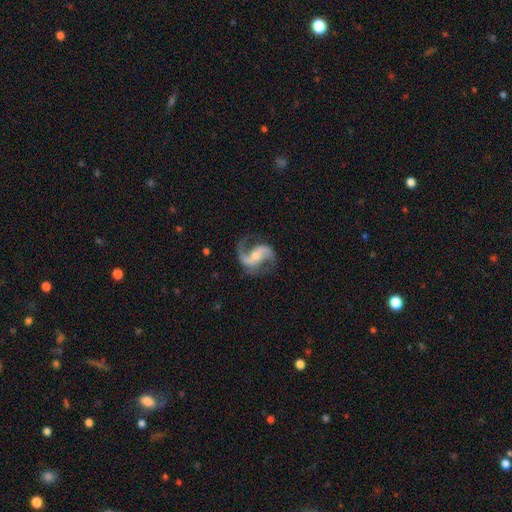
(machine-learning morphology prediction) Smooth or featured? featured or disk (89%)
Edge-on disk? no (98%)
Bar? weak (42%)
Spiral arms? yes (97%)
Spiral winding? loose (49%)
Spiral arm count? 2 (89%)
Bulge size? moderate (53%)
Merging? none (71%)